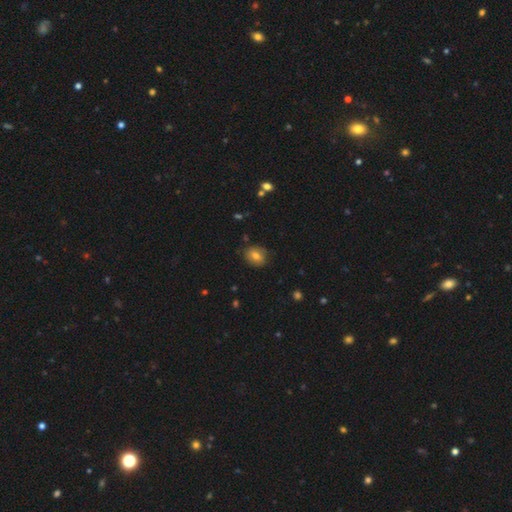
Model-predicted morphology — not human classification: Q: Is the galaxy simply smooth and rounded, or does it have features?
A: smooth — 73%.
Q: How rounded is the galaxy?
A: round — 55%.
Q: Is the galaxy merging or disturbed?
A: none — 81%.